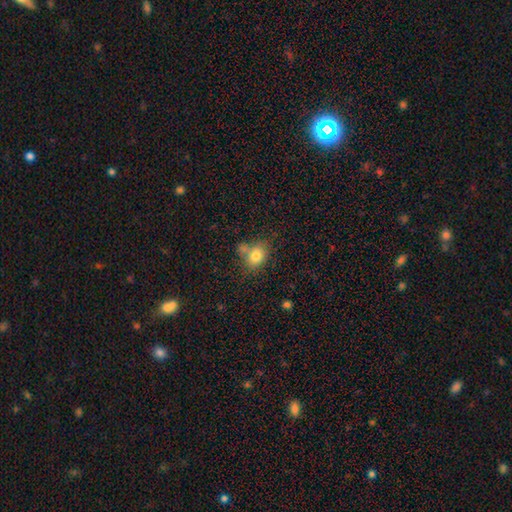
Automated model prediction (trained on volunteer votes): This is likely a smooth galaxy (80%). How rounded: possibly in between (58%). Merging: possibly none (55%).